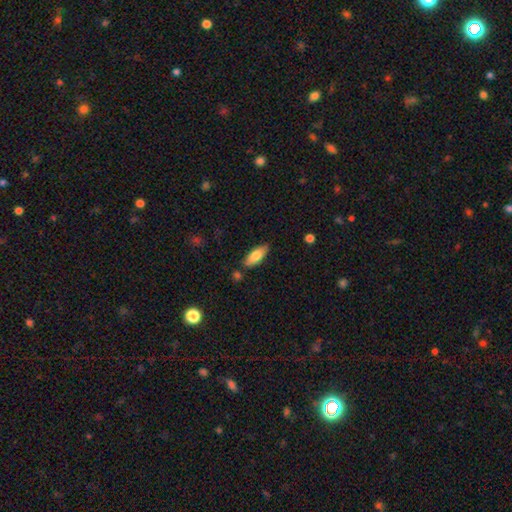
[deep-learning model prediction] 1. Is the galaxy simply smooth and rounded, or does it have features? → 77% smooth, 17% featured or disk, 6% star or artifact.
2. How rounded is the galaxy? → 73% in between, 25% cigar-shaped, 2% round.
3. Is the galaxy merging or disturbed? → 79% none, 14% minor disturbance, 4% merger, 3% major disturbance.